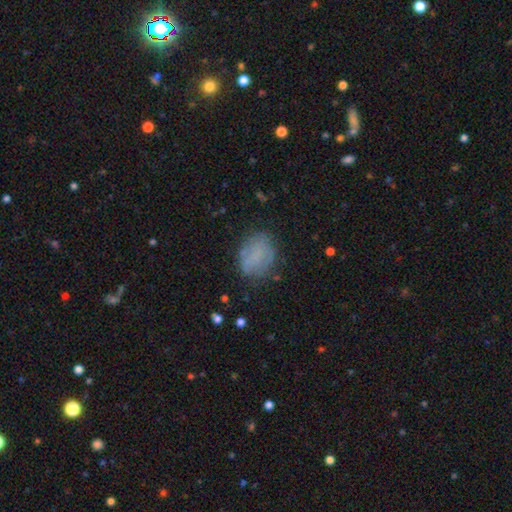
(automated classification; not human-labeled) This is likely a smooth galaxy (69%). How rounded: likely in between (63%). Merging: likely none (69%).